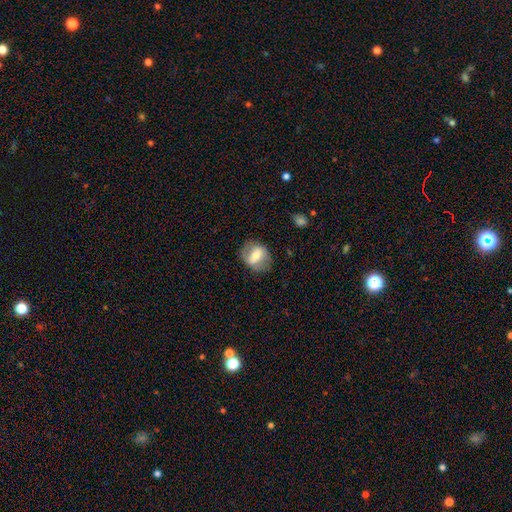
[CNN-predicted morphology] This appears to be a featured or disk galaxy (48%). Merging: none (75%).